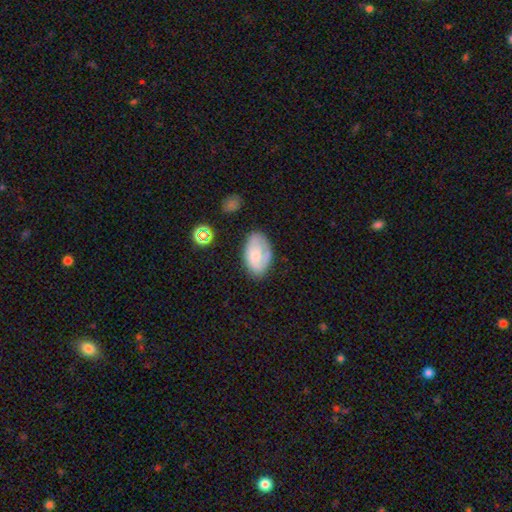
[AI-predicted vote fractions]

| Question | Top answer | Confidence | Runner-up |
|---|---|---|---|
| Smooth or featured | smooth | 50% | featured or disk (42%) |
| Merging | none | 65% | minor disturbance (23%) |